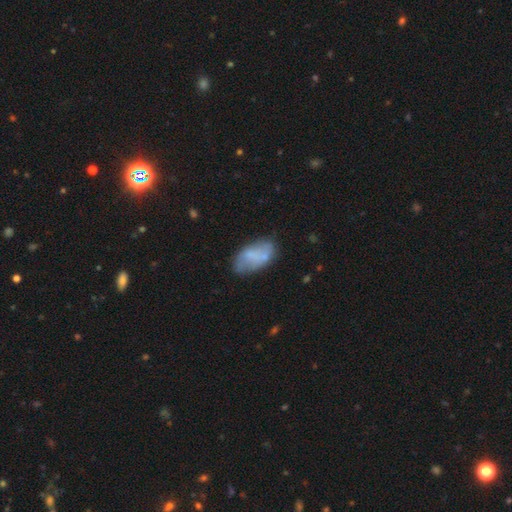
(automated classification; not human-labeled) smooth_or_featured: smooth (p=0.62) [alt: featured or disk p=0.31]
how_rounded: in between (p=0.93) [alt: round p=0.04]
merging: none (p=0.55) [alt: minor disturbance p=0.24]